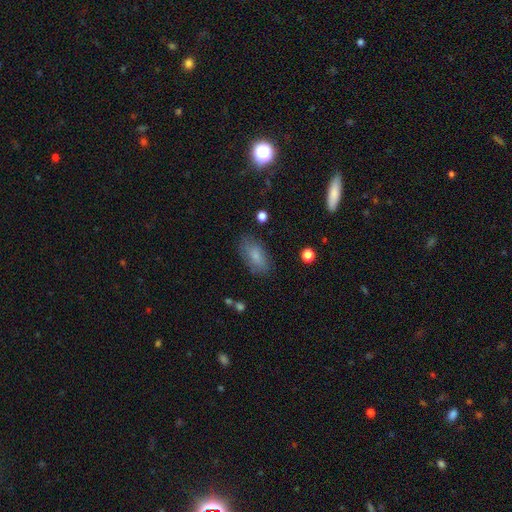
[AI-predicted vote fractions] Smooth or featured? Predicted: smooth (p=0.77). How rounded? Predicted: in between (p=0.89). Merging? Predicted: none (p=0.78).